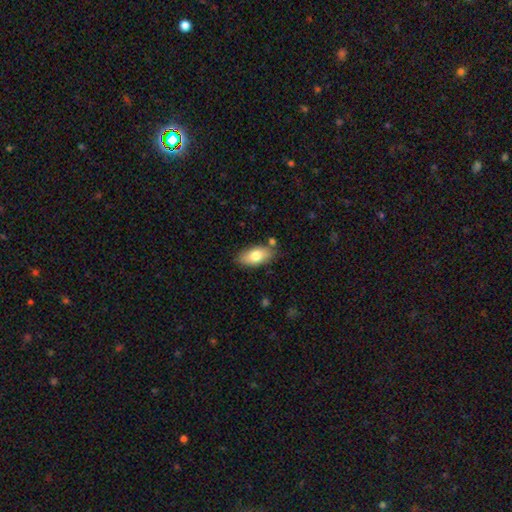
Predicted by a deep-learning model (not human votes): Smooth or featured? Predicted: smooth (p=0.77). How rounded? Predicted: in between (p=0.91). Merging? Predicted: none (p=0.80).